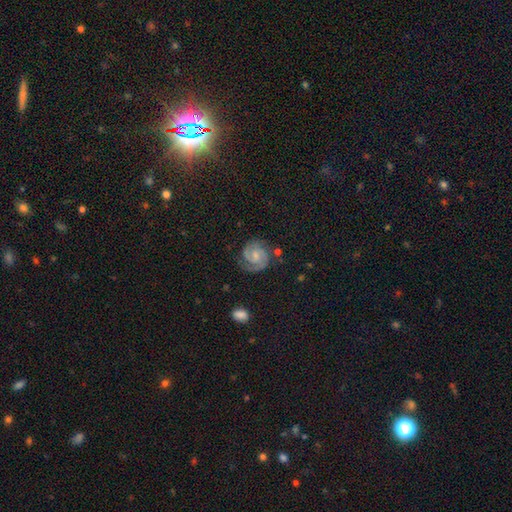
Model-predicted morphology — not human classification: This is clearly a featured or disk galaxy (83%). It is clearly not viewed edge-on (98%). Bar: possibly no (54%). Spiral arm pattern: clearly yes (97%). Spiral arm count: likely 2 (79%). Spiral winding: possibly tight (57%). Central bulge: possibly small (51%). Merging: likely none (75%).